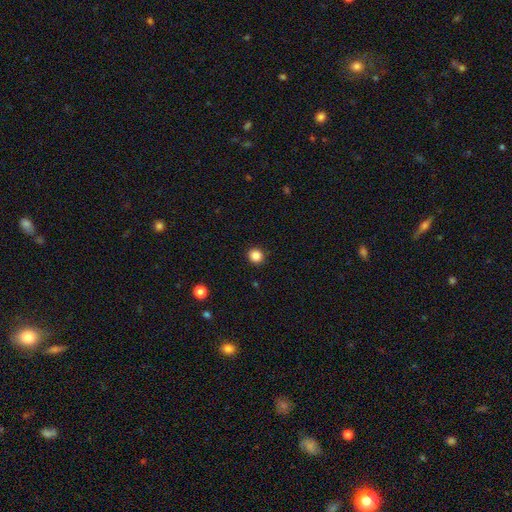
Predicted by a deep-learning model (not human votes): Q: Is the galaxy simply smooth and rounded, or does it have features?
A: smooth — 86%.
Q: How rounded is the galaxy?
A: round — 89%.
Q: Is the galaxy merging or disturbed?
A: none — 91%.